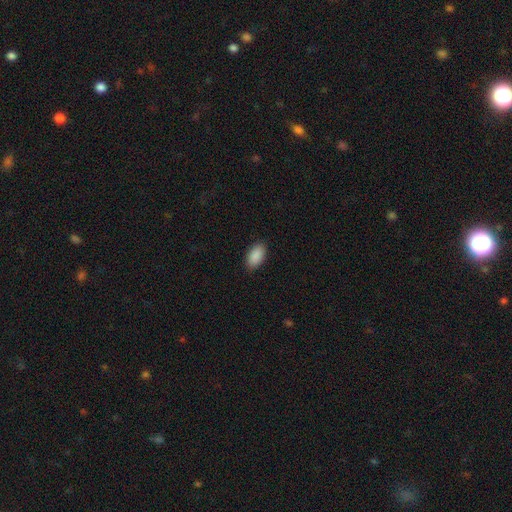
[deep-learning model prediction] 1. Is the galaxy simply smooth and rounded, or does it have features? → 91% smooth, 6% star or artifact, 3% featured or disk.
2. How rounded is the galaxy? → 94% in between, 3% round, 3% cigar-shaped.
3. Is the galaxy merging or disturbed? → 88% none, 9% minor disturbance, 2% major disturbance, 1% merger.